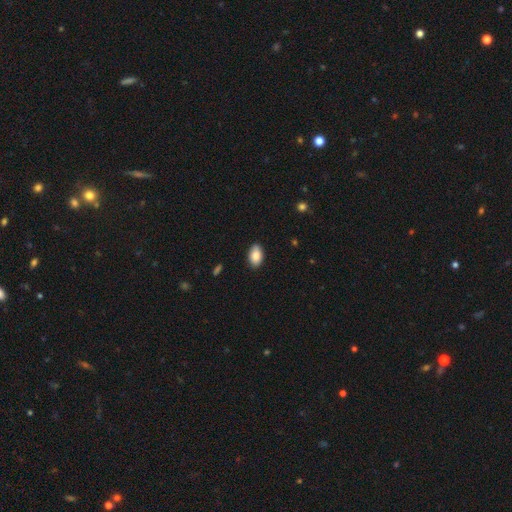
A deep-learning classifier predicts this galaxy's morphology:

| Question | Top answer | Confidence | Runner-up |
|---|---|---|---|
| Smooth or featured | smooth | 87% | star or artifact (7%) |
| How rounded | in between | 93% | round (6%) |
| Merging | none | 86% | minor disturbance (11%) |